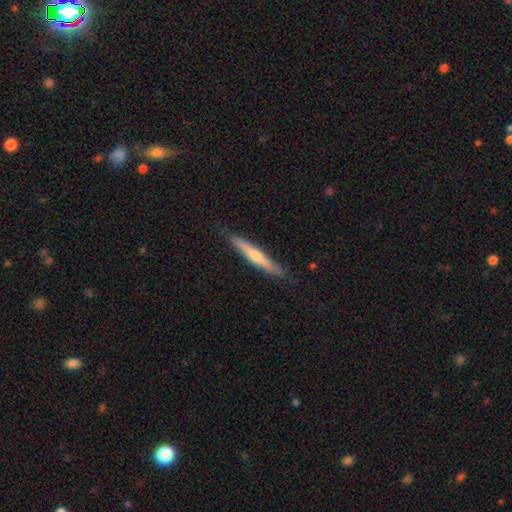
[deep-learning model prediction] A featured or disk galaxy (58%) viewed edge-on (95%) with a rounded central bulge (77%).

Vote fractions:
- Smooth or featured? featured or disk: 58% / smooth: 36% / star or artifact: 6%
- Edge-on disk? yes: 95% / no: 5%
- Edge-on bulge? rounded: 77% / none: 19% / boxy: 4%
- Merging? none: 87% / minor disturbance: 10% / major disturbance: 2% / merger: 1%